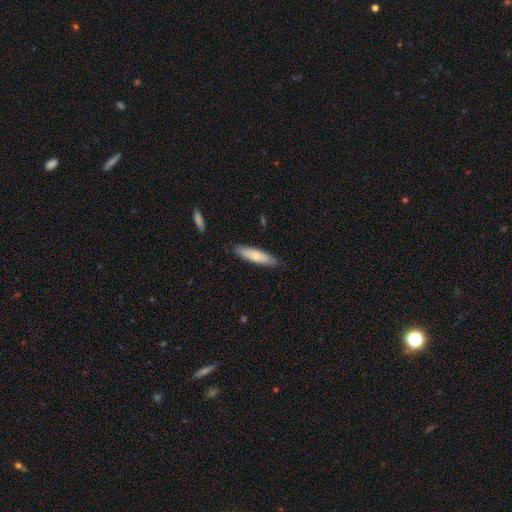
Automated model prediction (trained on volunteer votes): Morphology: type=smooth (73%); roundness=cigar-shaped (70%); merging=none (84%).